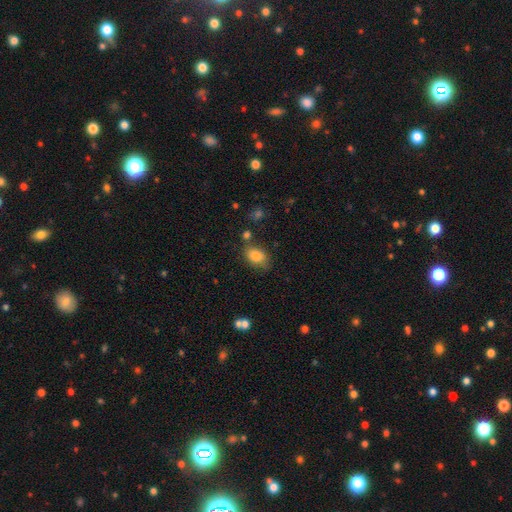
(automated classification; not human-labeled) Smooth or featured? Predicted: smooth (p=0.84). How rounded? Predicted: in between (p=0.84). Merging? Predicted: none (p=0.70).